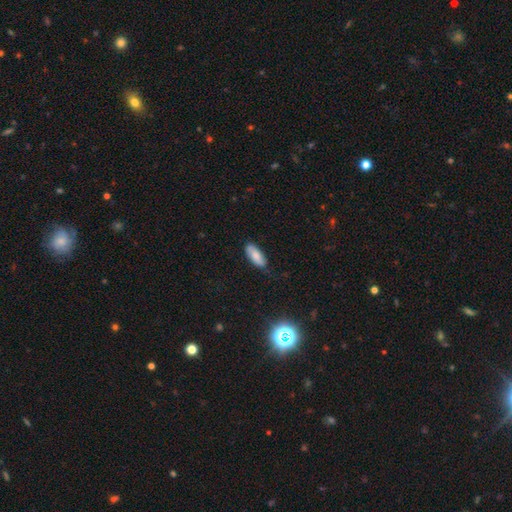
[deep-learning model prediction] The model was most divided on "merging": none: 78%, minor disturbance: 18%, major disturbance: 3%, merger: 1%. More confident: how rounded — in between (81%); smooth or featured — smooth (78%).